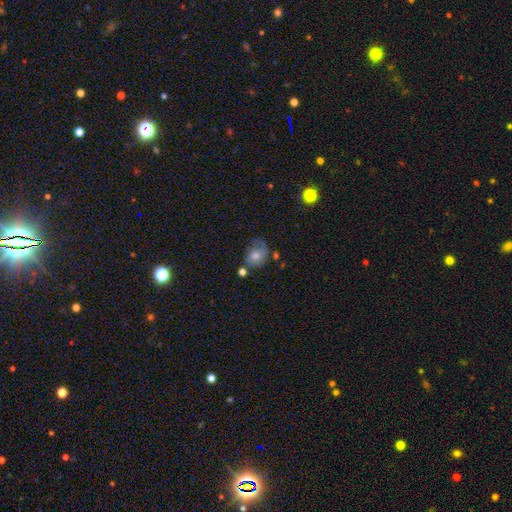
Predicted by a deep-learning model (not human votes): Smooth or featured? smooth (53%)
How rounded? in between (56%)
Merging? none (51%)